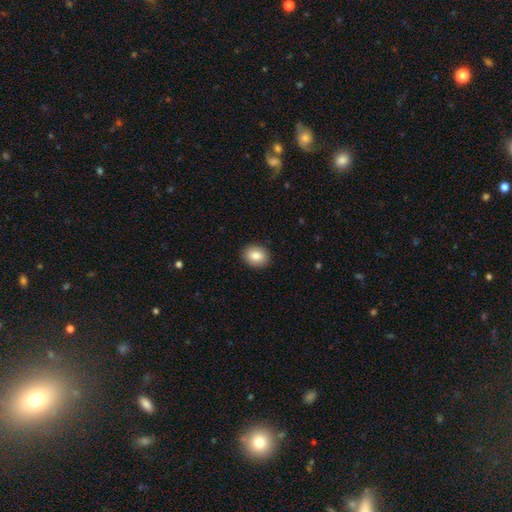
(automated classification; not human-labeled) This appears to be a smooth galaxy with no disk features (85%) that is round (52%). Merging: none (91%).